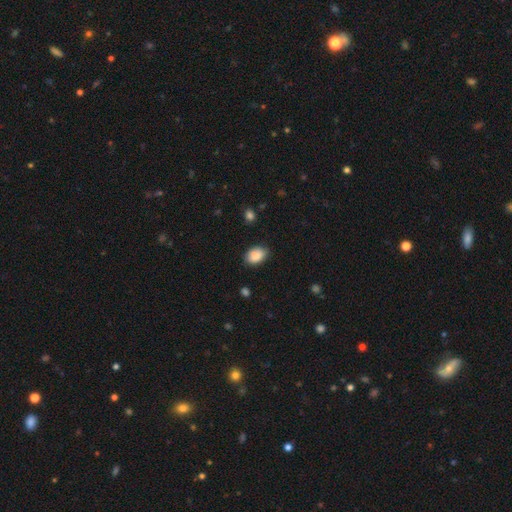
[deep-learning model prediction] smooth-or-featured: smooth: 85% | star or artifact: 8% | featured or disk: 7%
  how-rounded: in between: 83% | round: 16% | cigar-shaped: 1%
  merging: none: 75% | minor disturbance: 20% | major disturbance: 3% | merger: 2%